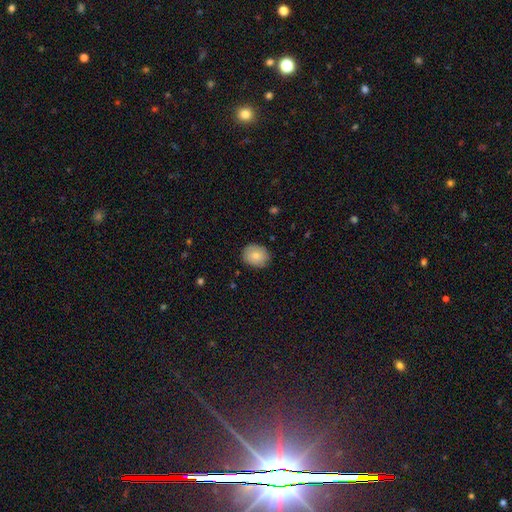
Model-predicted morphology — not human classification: smooth 80%, featured or disk 12%, star or artifact 7%. Down the decision tree: how rounded — round (53%); merging — none (84%).